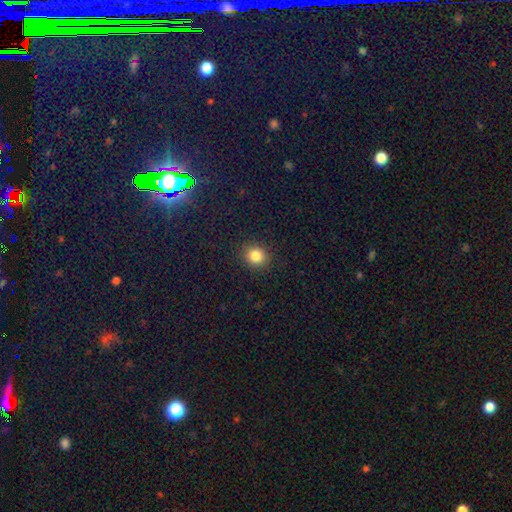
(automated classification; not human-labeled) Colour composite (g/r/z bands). It shows a smooth galaxy with no disk features (84%) that is round (81%). Merging: none (90%).